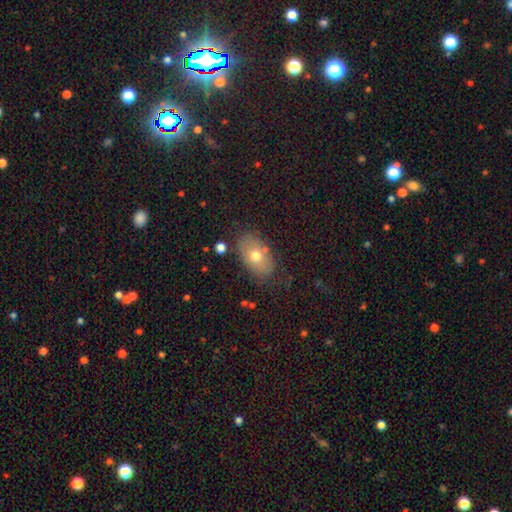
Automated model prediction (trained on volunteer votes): A smooth galaxy with no disk features (67%) that is in between round and cigar-shaped (88%). Merging: none (79%).